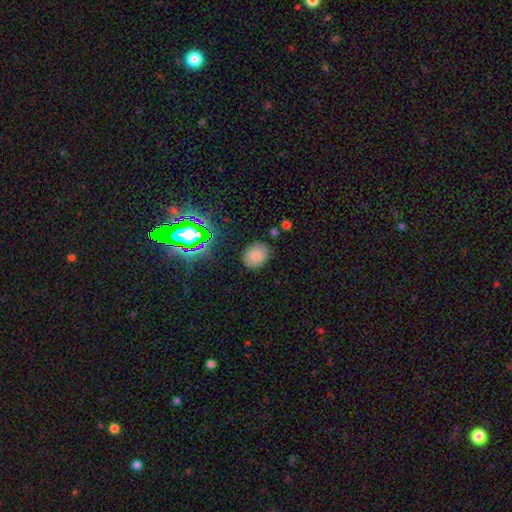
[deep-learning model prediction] smooth_or_featured: smooth (p=0.76) [alt: star or artifact p=0.15]
how_rounded: in between (p=0.54) [alt: round p=0.45]
merging: none (p=0.83) [alt: minor disturbance p=0.12]